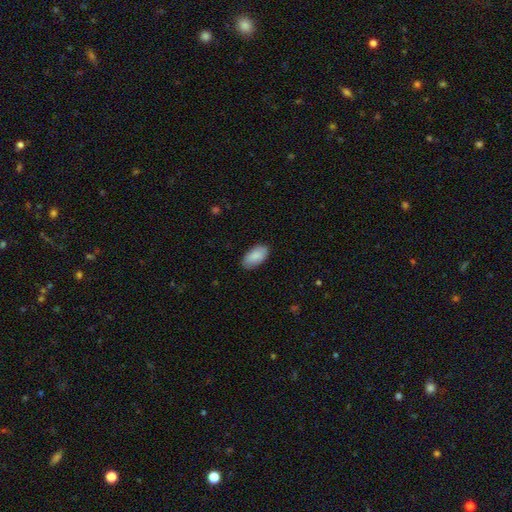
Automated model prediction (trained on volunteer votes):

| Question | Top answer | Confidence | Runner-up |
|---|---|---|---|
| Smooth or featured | smooth | 88% | featured or disk (6%) |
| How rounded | in between | 95% | cigar-shaped (2%) |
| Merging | none | 87% | minor disturbance (10%) |